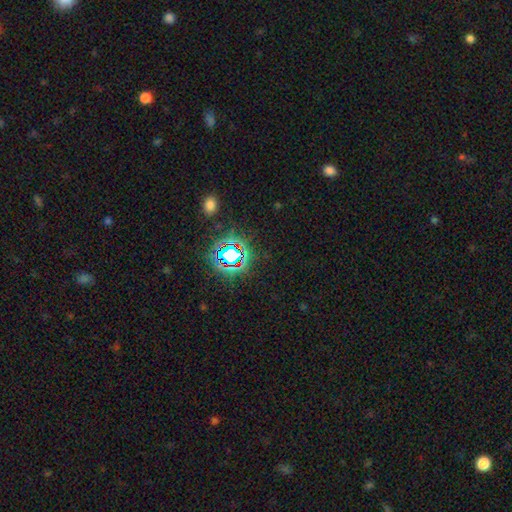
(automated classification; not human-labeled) This is likely a star or artifact rather than a galaxy (77%).